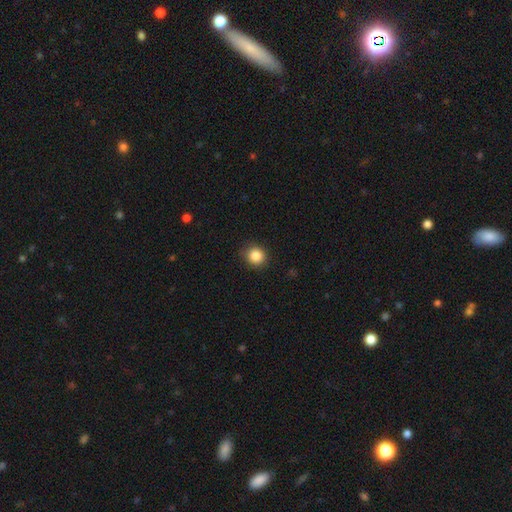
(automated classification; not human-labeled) Overall: smooth (86%). How rounded: round (86%). Merging: none (88%).